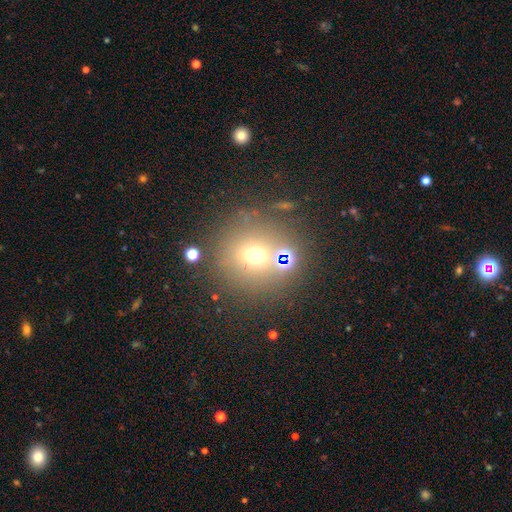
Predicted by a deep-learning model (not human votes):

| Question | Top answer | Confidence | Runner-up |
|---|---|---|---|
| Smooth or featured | smooth | 60% | star or artifact (27%) |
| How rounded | round | 89% | in between (9%) |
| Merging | none | 78% | minor disturbance (10%) |